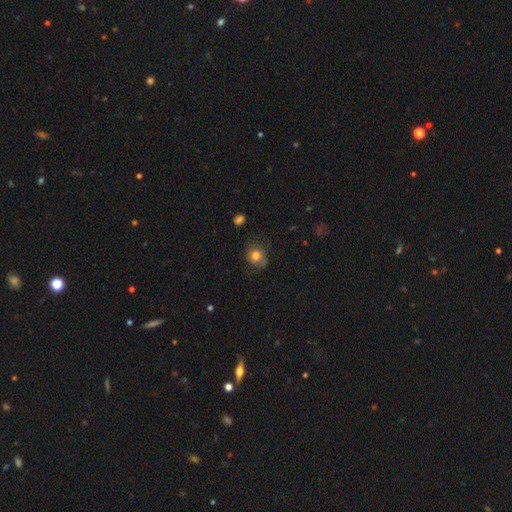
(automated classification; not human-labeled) This is likely a smooth galaxy (71%). How rounded: likely round (74%). Merging: likely none (65%).